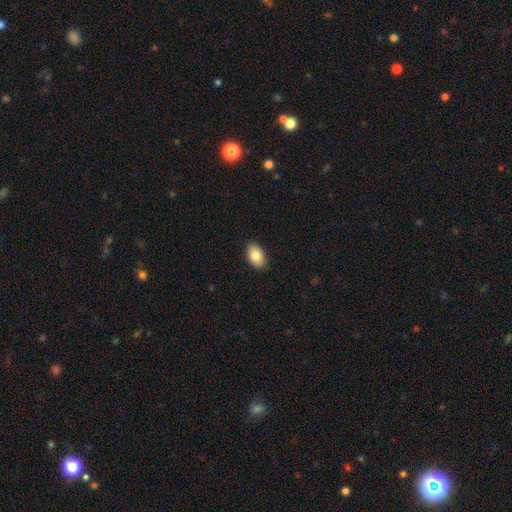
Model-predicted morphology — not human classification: A smooth galaxy with no disk features (85%) that is in between round and cigar-shaped (91%). Merging: none (89%).